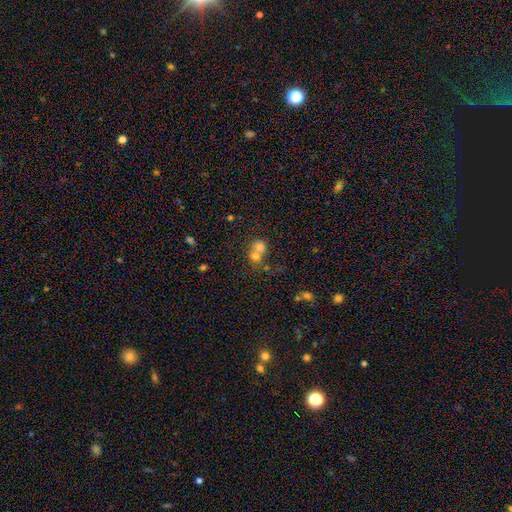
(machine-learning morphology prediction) A smooth galaxy with no disk features (69%) that is round (74%). Merging: merger (66%).